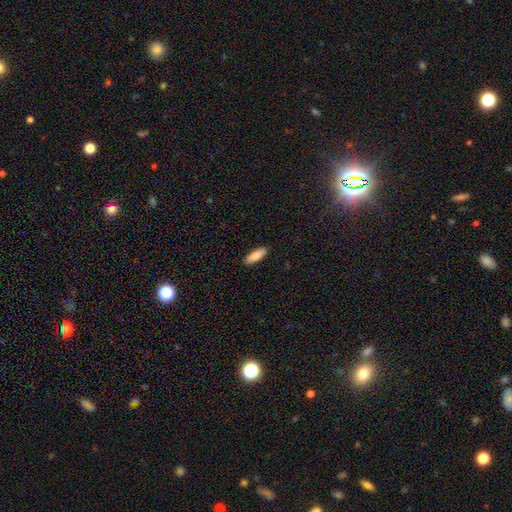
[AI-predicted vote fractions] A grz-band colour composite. It shows a smooth galaxy with no disk features (86%) that is in between round and cigar-shaped (56%). Merging: none (89%).